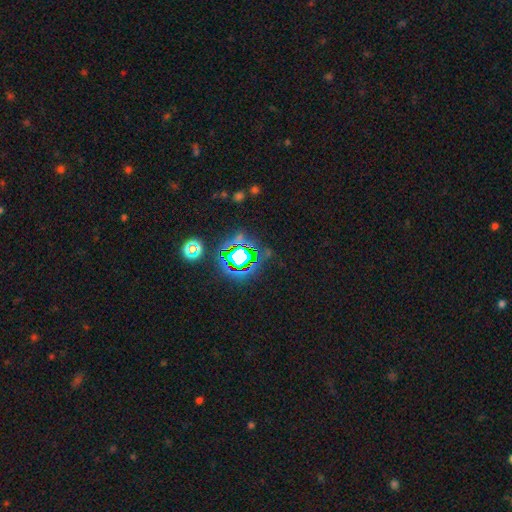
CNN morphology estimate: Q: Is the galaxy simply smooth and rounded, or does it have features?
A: star or artifact — 81%.